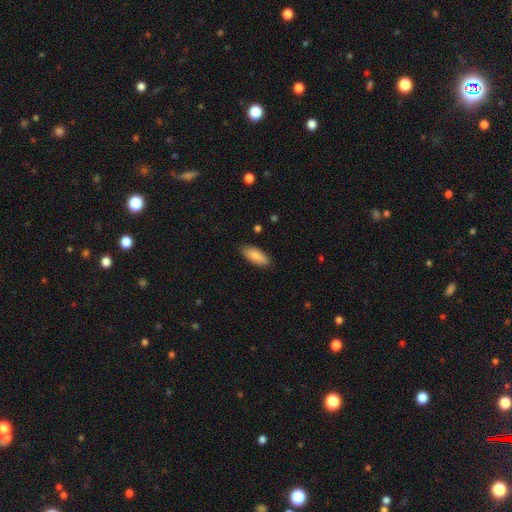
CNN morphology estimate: Q: Smooth or featured?
A: smooth (86%); runner-up: featured or disk (8%)
Q: How rounded?
A: in between (78%); runner-up: cigar-shaped (20%)
Q: Merging?
A: none (87%); runner-up: minor disturbance (10%)